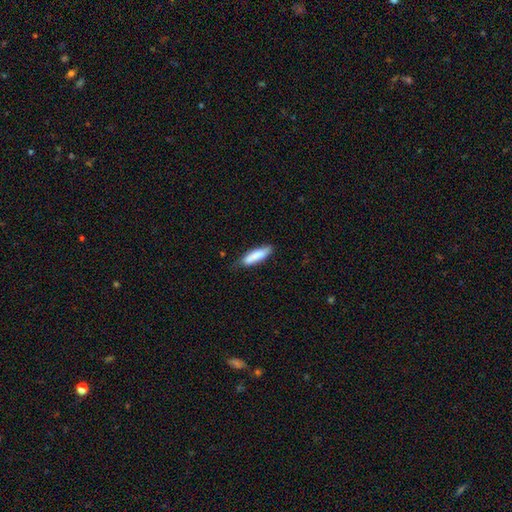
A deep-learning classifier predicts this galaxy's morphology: Overall: smooth (83%). How rounded: cigar-shaped (64%; in between 34%). Merging: none (70%).